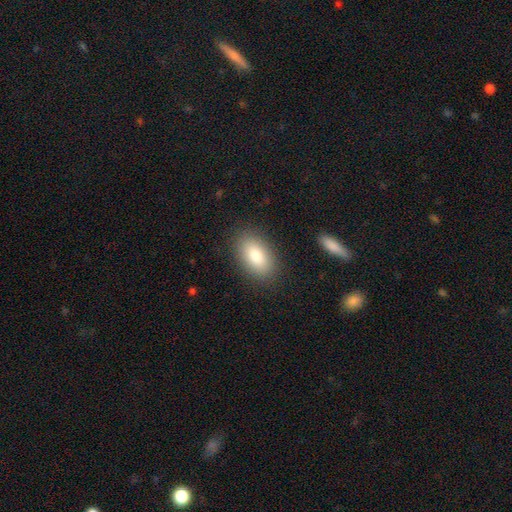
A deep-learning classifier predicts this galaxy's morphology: A smooth galaxy with no disk features (83%) that is in between round and cigar-shaped (92%). Merging: none (87%).